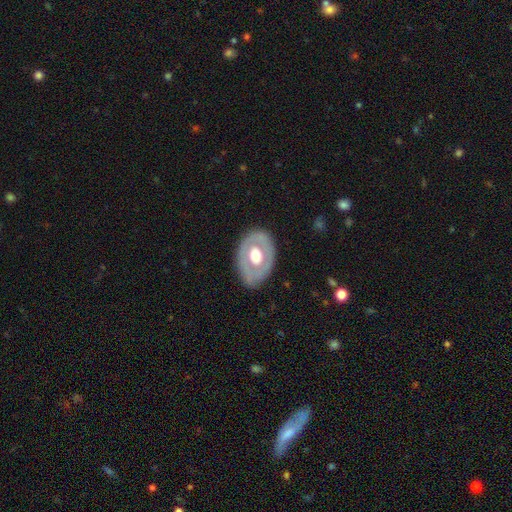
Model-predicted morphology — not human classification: This is possibly a featured or disk galaxy (53%). It is clearly not viewed edge-on (90%). Merging: likely none (78%).